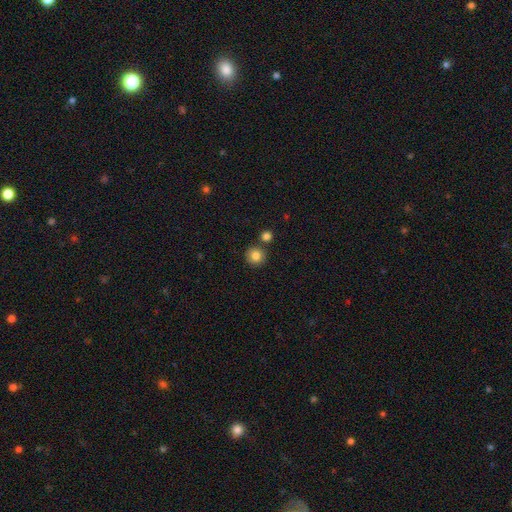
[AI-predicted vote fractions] Overall: smooth (83%). How rounded: round (93%). Merging: none (80%).